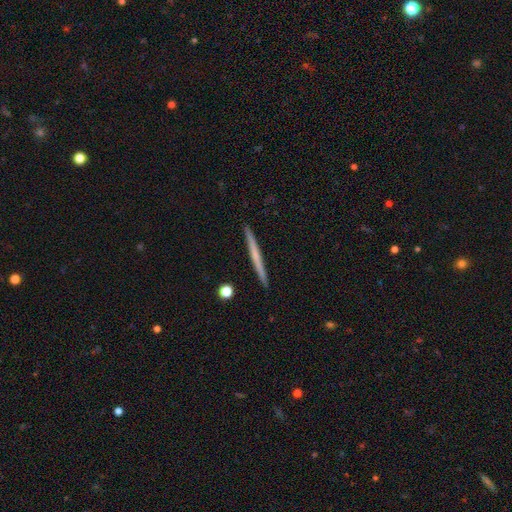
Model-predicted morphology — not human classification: smooth_or_featured: featured or disk (p=0.51) [alt: smooth p=0.43]
disk_edge_on: yes (p=0.98) [alt: no p=0.02]
edge_on_bulge: none (p=0.79) [alt: rounded p=0.17]
merging: none (p=0.93) [alt: minor disturbance p=0.05]